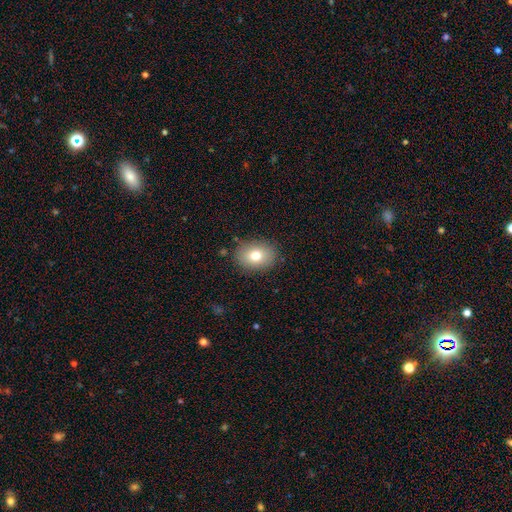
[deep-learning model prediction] smooth 76%, featured or disk 14%, star or artifact 10%. Down the decision tree: how rounded — in between (64%); merging — none (86%).